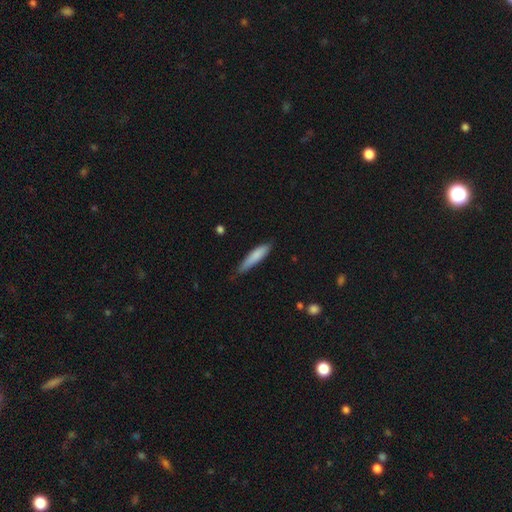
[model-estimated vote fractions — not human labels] Overall: smooth (80%). How rounded: cigar-shaped (82%). Merging: none (68%).